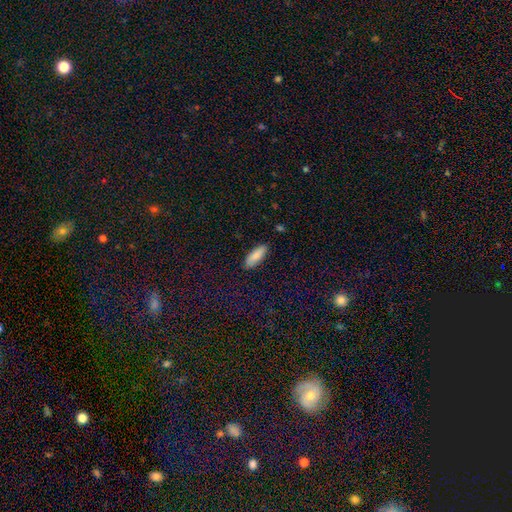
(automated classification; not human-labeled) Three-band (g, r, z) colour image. It shows a smooth galaxy with no disk features (87%) that is in between round and cigar-shaped (69%). Merging: none (87%).